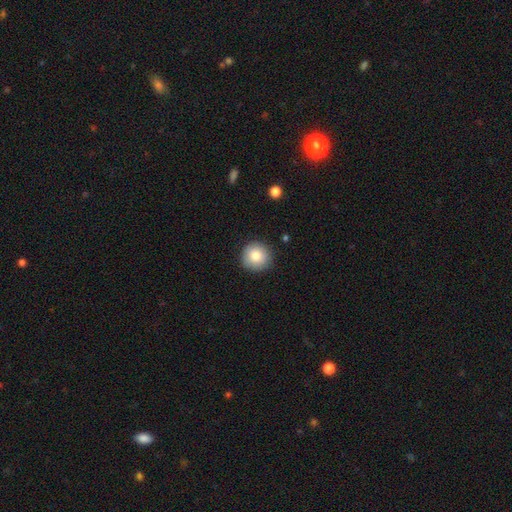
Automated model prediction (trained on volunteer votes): smooth_or_featured: smooth (p=0.82) [alt: featured or disk p=0.09]
how_rounded: round (p=0.94) [alt: in between p=0.05]
merging: none (p=0.89) [alt: minor disturbance p=0.08]